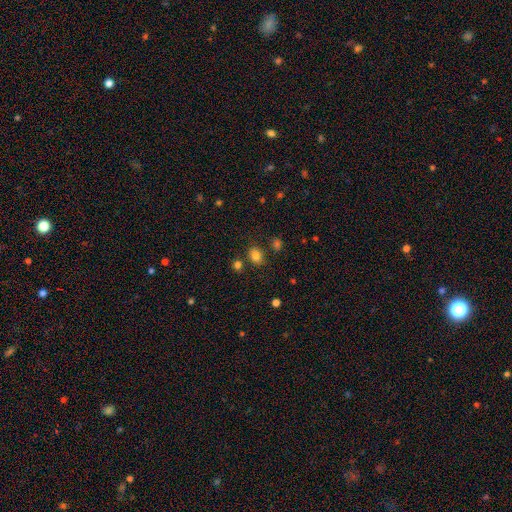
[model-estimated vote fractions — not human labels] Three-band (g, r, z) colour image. It shows a smooth galaxy with no disk features (80%) that is in between round and cigar-shaped (57%). Merging: none (76%).